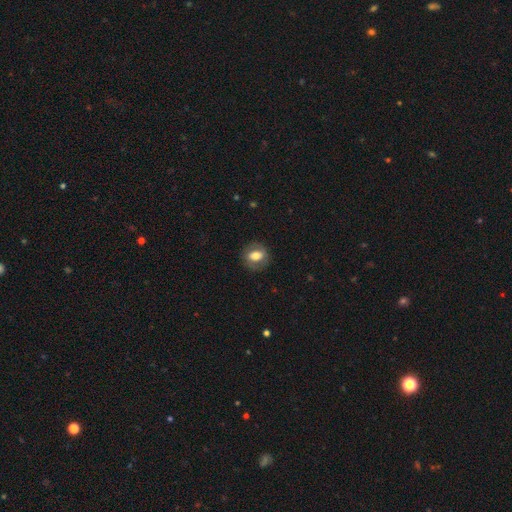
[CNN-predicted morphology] smooth_or_featured: smooth (p=0.59) [alt: featured or disk p=0.34]
how_rounded: round (p=0.50) [alt: in between p=0.48]
merging: none (p=0.81) [alt: minor disturbance p=0.13]